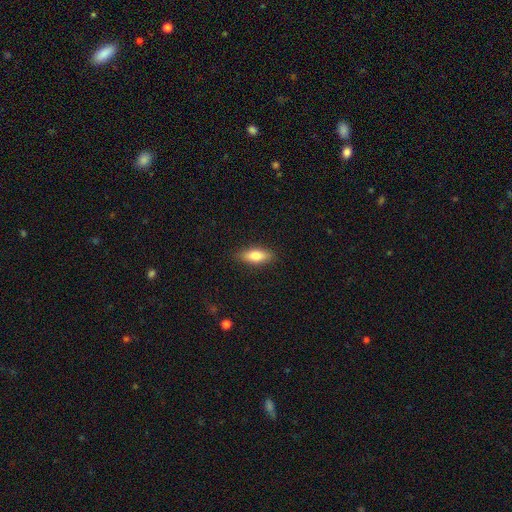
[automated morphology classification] A smooth galaxy with no disk features (78%) that is in between round and cigar-shaped (71%).

Vote fractions:
- Smooth or featured? smooth: 78% / featured or disk: 16% / star or artifact: 6%
- How rounded? in between: 71% / cigar-shaped: 26% / round: 3%
- Merging? none: 87% / minor disturbance: 9% / major disturbance: 2% / merger: 1%